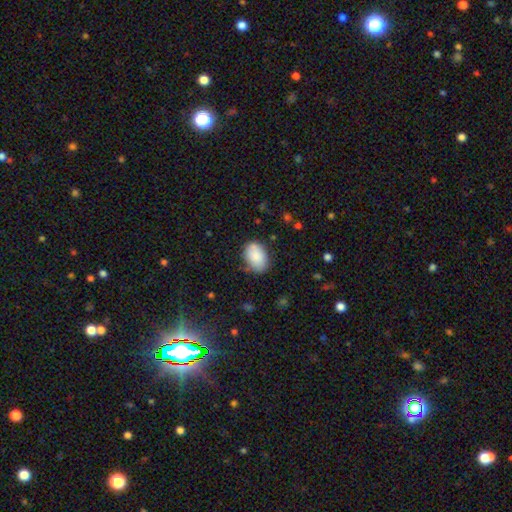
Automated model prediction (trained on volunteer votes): A smooth galaxy with no disk features (87%) that is in between round and cigar-shaped (84%).

Vote fractions:
- Smooth or featured? smooth: 87% / featured or disk: 7% / star or artifact: 7%
- How rounded? in between: 84% / round: 15% / cigar-shaped: 1%
- Merging? none: 75% / minor disturbance: 18% / major disturbance: 4% / merger: 2%